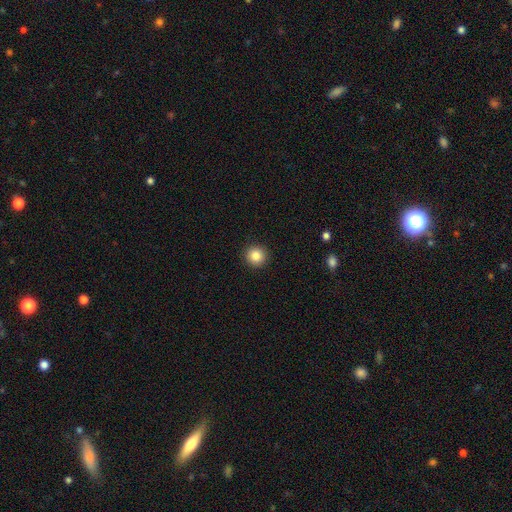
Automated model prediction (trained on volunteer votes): smooth-or-featured: smooth: 86% | star or artifact: 10% | featured or disk: 5%
  how-rounded: round: 95% | in between: 4% | cigar-shaped: 1%
  merging: none: 93% | minor disturbance: 4% | major disturbance: 2% | merger: 1%